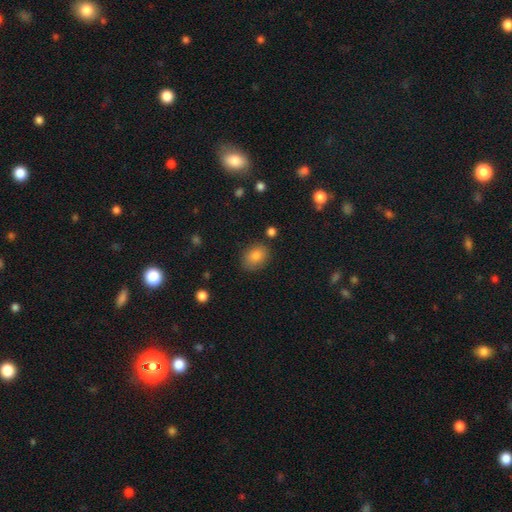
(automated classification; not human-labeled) smooth_or_featured: smooth (p=0.82) [alt: star or artifact p=0.10]
how_rounded: in between (p=0.64) [alt: round p=0.34]
merging: none (p=0.82) [alt: minor disturbance p=0.13]